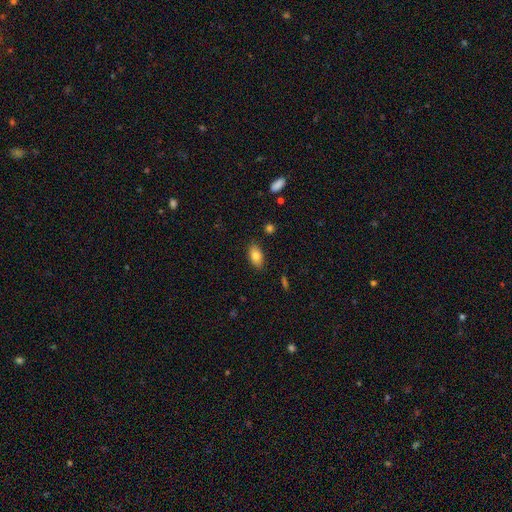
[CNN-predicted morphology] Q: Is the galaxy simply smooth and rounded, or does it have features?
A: smooth — 82%.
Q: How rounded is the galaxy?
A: in between — 90%.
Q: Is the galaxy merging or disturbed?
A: none — 85%.